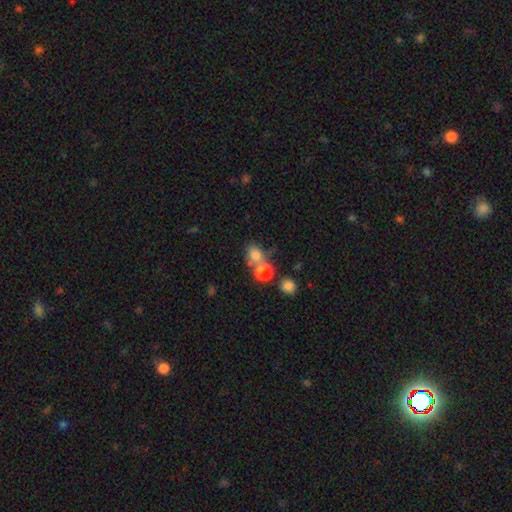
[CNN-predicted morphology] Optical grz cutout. It shows a smooth galaxy with no disk features (75%) that is round (57%). Merging: none (46%).